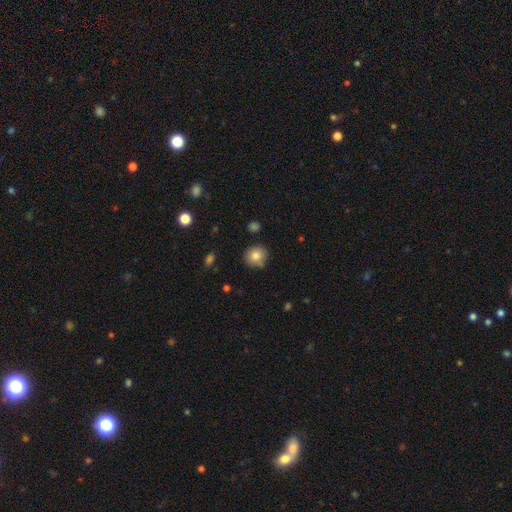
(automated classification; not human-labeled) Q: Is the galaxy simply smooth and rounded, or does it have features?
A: smooth — 81%.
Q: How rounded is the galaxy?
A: round — 90%.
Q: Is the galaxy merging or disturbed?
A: none — 85%.